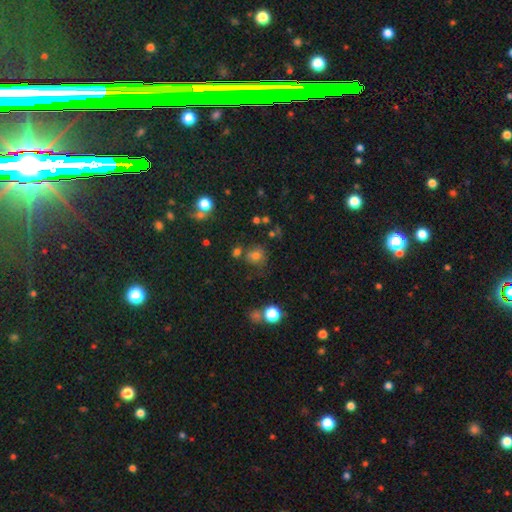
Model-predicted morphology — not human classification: The model was most divided on "smooth or featured": smooth: 68%, star or artifact: 21%, featured or disk: 11%. More confident: how rounded — round (78%); merging — none (66%).